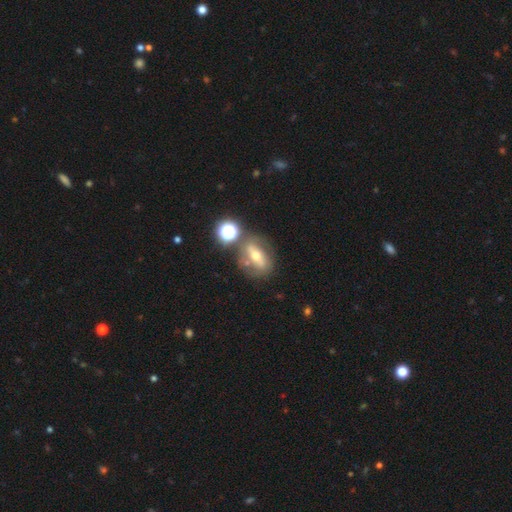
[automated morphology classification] Smooth or featured: featured or disk — 50% (smooth — 36%)
Merging: none — 60% (merger — 16%)